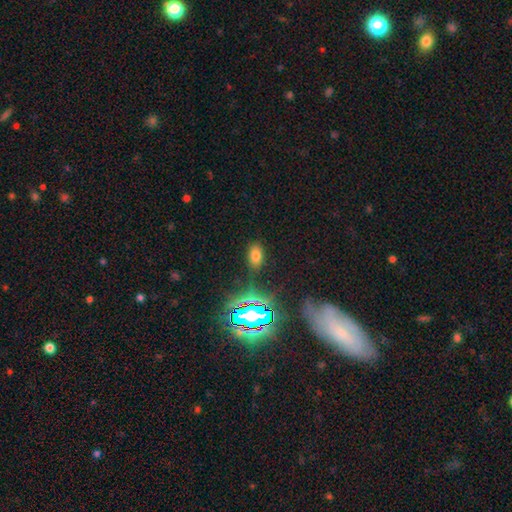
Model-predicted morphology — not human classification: The model was most divided on "smooth or featured": smooth: 67%, star or artifact: 25%, featured or disk: 8%. More confident: how rounded — in between (88%); merging — none (83%).